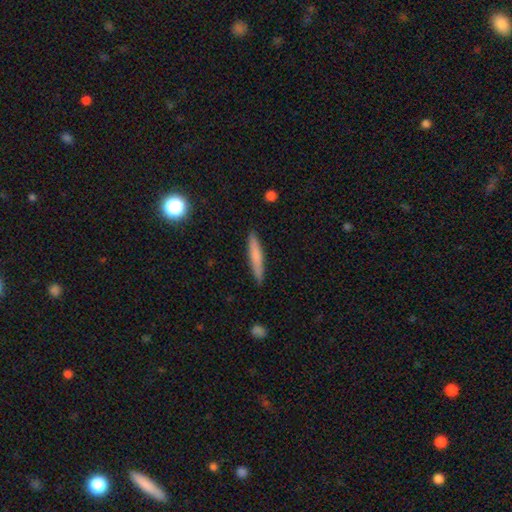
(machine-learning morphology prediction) smooth-or-featured: smooth: 67% | featured or disk: 26% | star or artifact: 7%
  how-rounded: cigar-shaped: 93% | in between: 6% | round: 2%
  merging: none: 89% | minor disturbance: 8% | major disturbance: 2% | merger: 1%